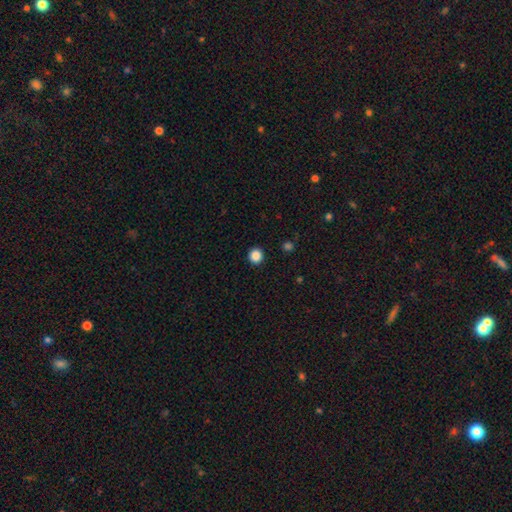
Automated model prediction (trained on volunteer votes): Smooth or featured: smooth — 87% (star or artifact — 10%)
How rounded: round — 92% (in between — 7%)
Merging: none — 93% (minor disturbance — 4%)